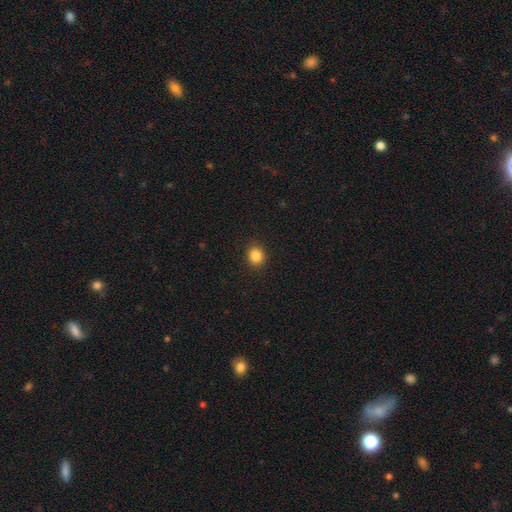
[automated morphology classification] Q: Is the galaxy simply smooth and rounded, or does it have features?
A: smooth — 86%.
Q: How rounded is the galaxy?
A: round — 63%.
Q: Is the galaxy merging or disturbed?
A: none — 90%.